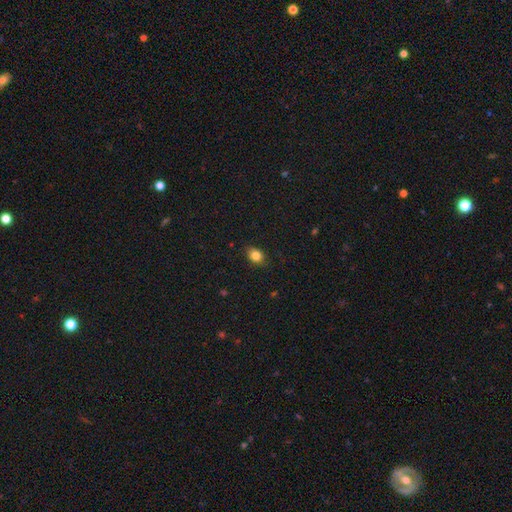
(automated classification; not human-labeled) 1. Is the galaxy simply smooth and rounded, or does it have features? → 84% smooth, 10% star or artifact, 6% featured or disk.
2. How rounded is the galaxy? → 67% in between, 32% round, 1% cigar-shaped.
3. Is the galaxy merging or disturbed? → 83% none, 13% minor disturbance, 3% major disturbance, 1% merger.